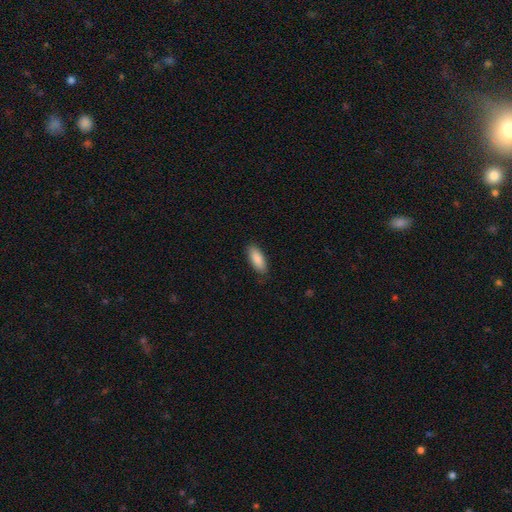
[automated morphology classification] This appears to be a smooth galaxy with no disk features (88%) that is in between round and cigar-shaped (77%). Merging: none (85%).